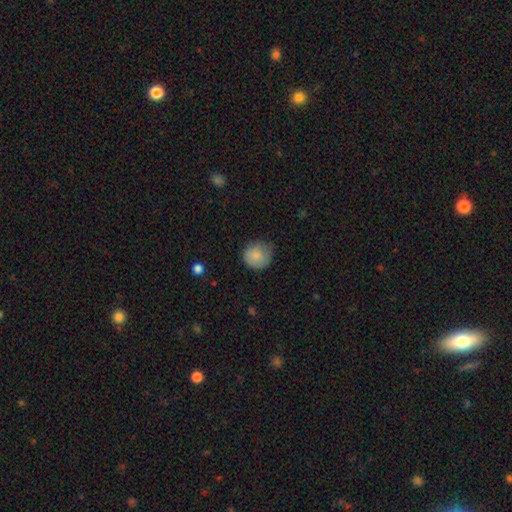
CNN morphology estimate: smooth 84%, featured or disk 9%, star or artifact 8%. Down the decision tree: how rounded — round (86%); merging — none (63%).